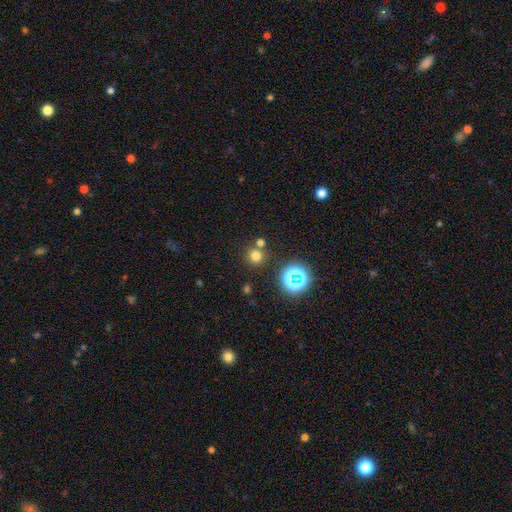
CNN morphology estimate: A smooth galaxy with no disk features (69%) that is round (93%).

Vote fractions:
- Smooth or featured? smooth: 69% / star or artifact: 24% / featured or disk: 7%
- How rounded? round: 93% / in between: 6% / cigar-shaped: 1%
- Merging? none: 74% / merger: 16% / minor disturbance: 7% / major disturbance: 3%